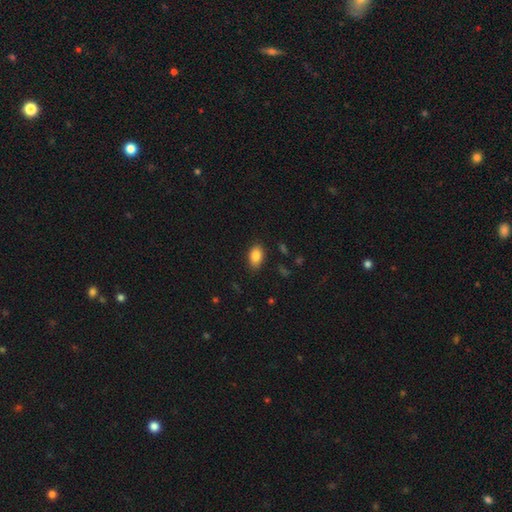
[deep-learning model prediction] Q: Smooth or featured?
A: smooth (87%); runner-up: star or artifact (8%)
Q: How rounded?
A: in between (90%); runner-up: round (8%)
Q: Merging?
A: none (84%); runner-up: minor disturbance (12%)